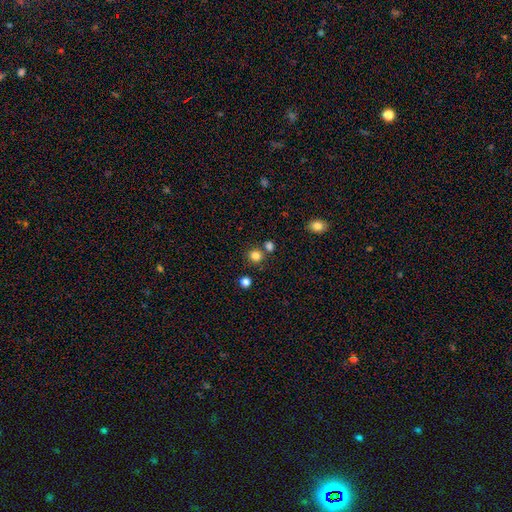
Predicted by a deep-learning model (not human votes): Smooth or featured: smooth — 82% (star or artifact — 13%)
How rounded: round — 87% (in between — 12%)
Merging: none — 75% (merger — 14%)